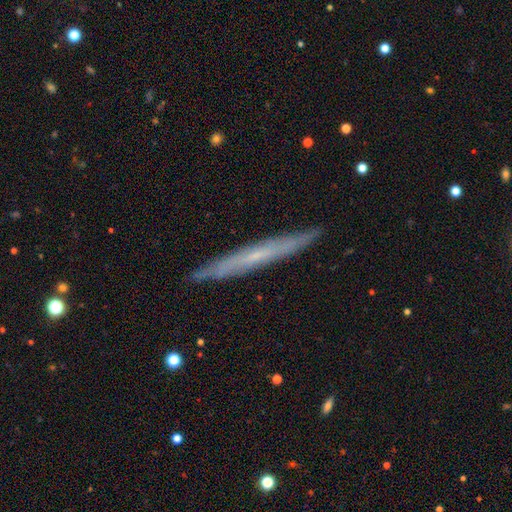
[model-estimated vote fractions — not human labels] A featured or disk galaxy (60%) viewed edge-on (91%) with no central bulge (72%). Merging: none (89%).